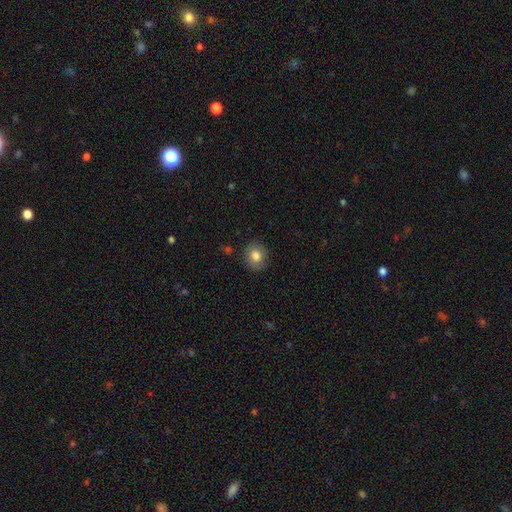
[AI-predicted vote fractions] A smooth galaxy with no disk features (81%) that is round (72%).

Vote fractions:
- Smooth or featured? smooth: 81% / featured or disk: 10% / star or artifact: 9%
- How rounded? round: 72% / in between: 27% / cigar-shaped: 1%
- Merging? none: 86% / minor disturbance: 10% / major disturbance: 2% / merger: 1%